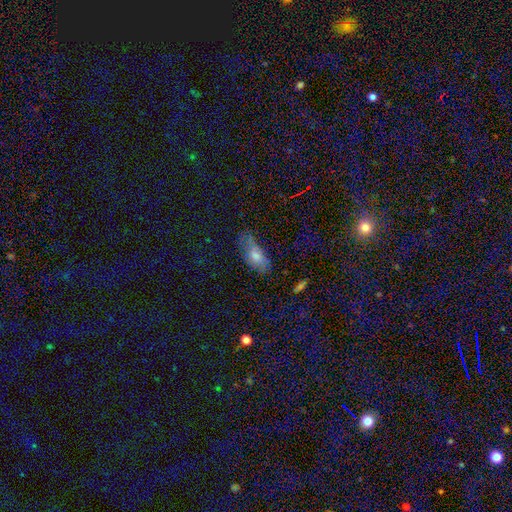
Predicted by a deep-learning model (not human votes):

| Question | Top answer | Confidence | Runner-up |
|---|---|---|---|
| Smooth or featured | smooth | 56% | featured or disk (26%) |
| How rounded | in between | 78% | cigar-shaped (18%) |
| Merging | none | 60% | minor disturbance (27%) |